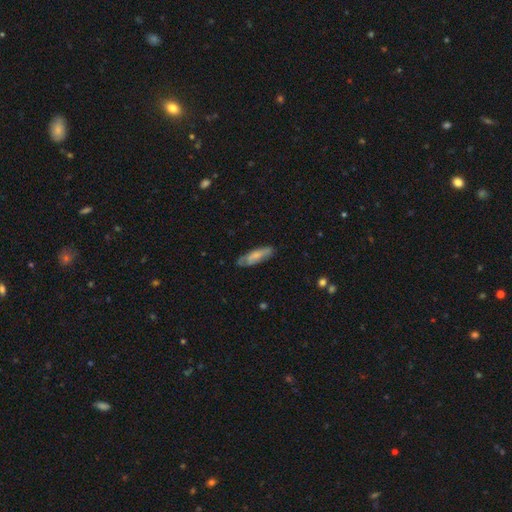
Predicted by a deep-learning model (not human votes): Smooth or featured? smooth (66%)
How rounded? cigar-shaped (59%)
Merging? none (73%)